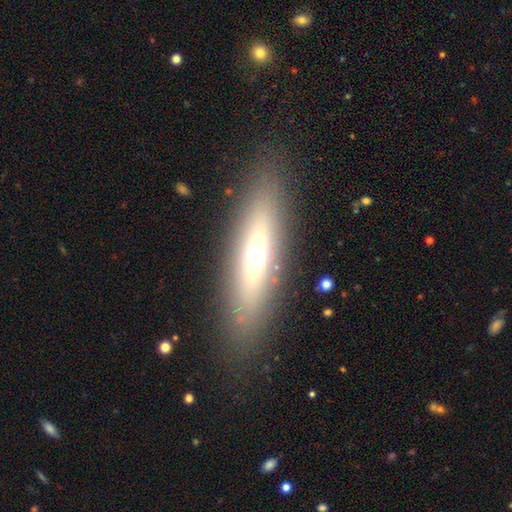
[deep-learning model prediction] This is possibly a smooth galaxy (47%). Merging: clearly none (85%).